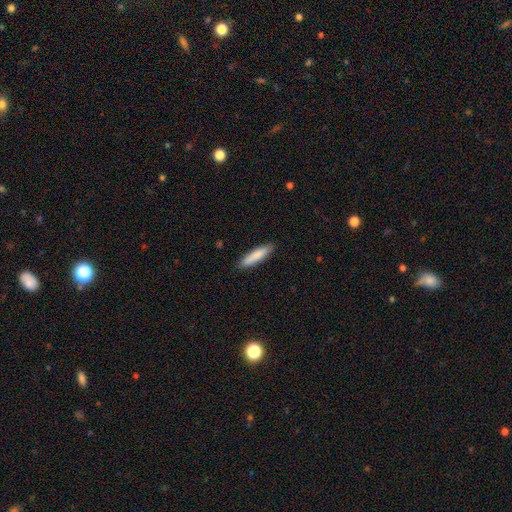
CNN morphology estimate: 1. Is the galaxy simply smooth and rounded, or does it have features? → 85% smooth, 10% featured or disk, 5% star or artifact.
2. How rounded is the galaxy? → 79% cigar-shaped, 20% in between, 1% round.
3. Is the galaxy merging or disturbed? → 89% none, 8% minor disturbance, 2% major disturbance, 1% merger.